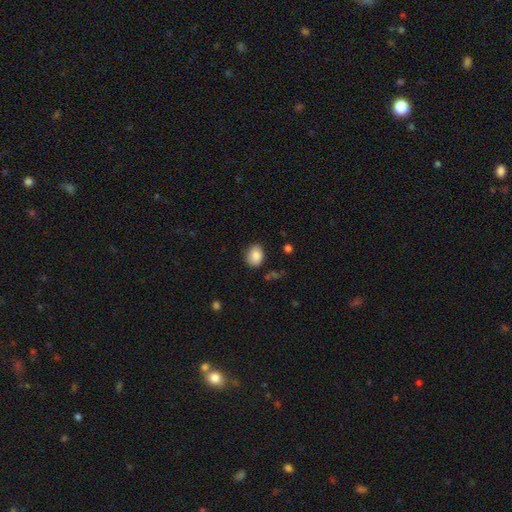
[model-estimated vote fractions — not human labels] smooth-or-featured: smooth: 86% | star or artifact: 8% | featured or disk: 6%
  how-rounded: in between: 66% | round: 33% | cigar-shaped: 1%
  merging: none: 81% | minor disturbance: 14% | major disturbance: 3% | merger: 2%